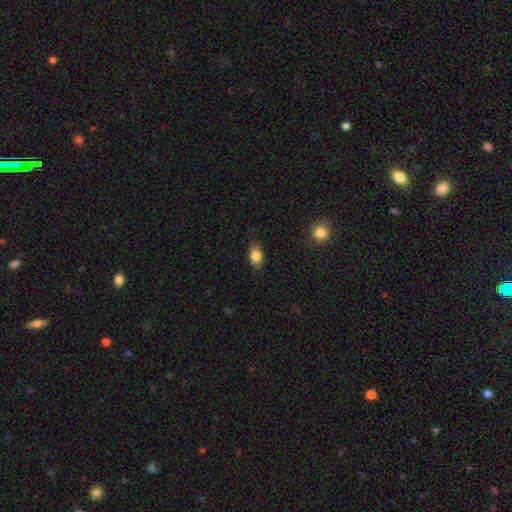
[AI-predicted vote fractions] Q: Smooth or featured?
A: smooth (82%); runner-up: featured or disk (10%)
Q: How rounded?
A: in between (81%); runner-up: round (16%)
Q: Merging?
A: none (80%); runner-up: minor disturbance (16%)